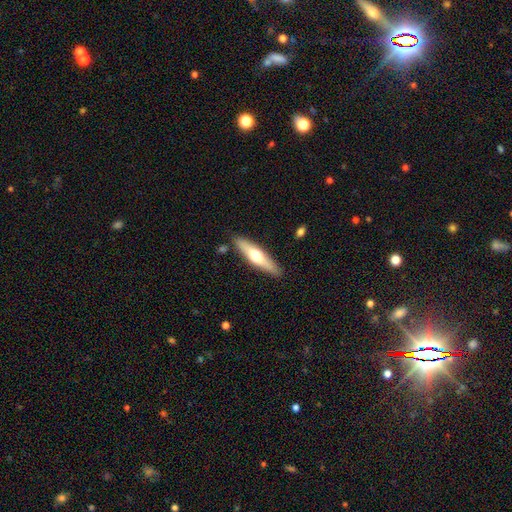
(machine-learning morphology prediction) The model was most divided on "smooth or featured": featured or disk: 49%, smooth: 47%, star or artifact: 5%. More confident: merging — none (87%).